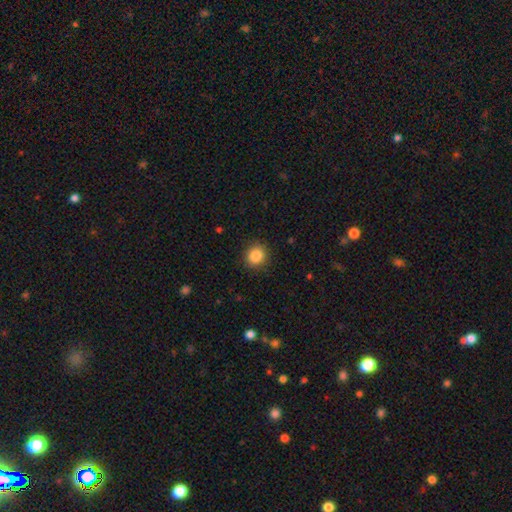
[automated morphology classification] Smooth or featured? Predicted: smooth (p=0.86). How rounded? Predicted: round (p=0.88). Merging? Predicted: none (p=0.90).